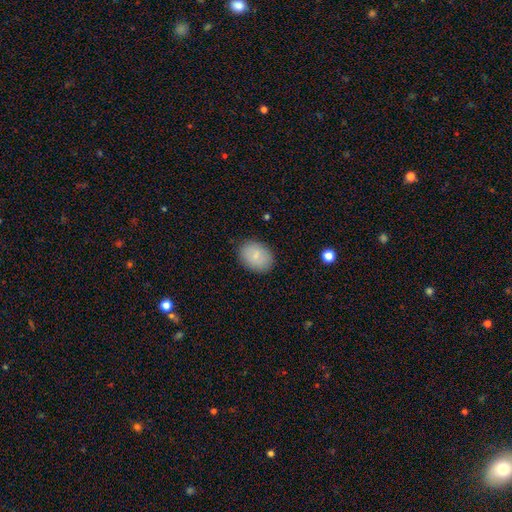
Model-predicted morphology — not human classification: The model was most divided on "how rounded": in between: 74%, round: 25%, cigar-shaped: 1%. More confident: merging — none (86%); smooth or featured — smooth (82%).